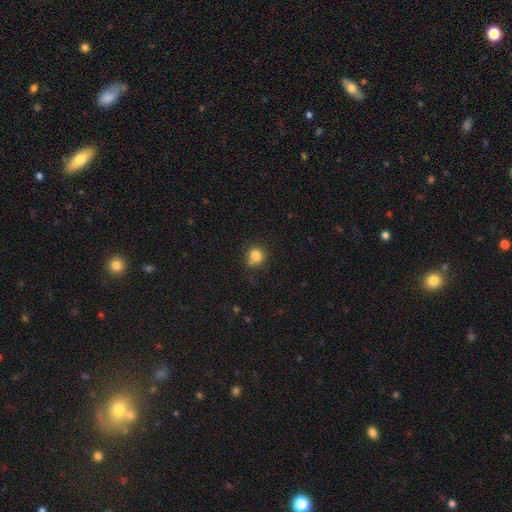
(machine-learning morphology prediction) This is clearly a smooth galaxy (82%). How rounded: clearly round (86%). Merging: likely none (69%).